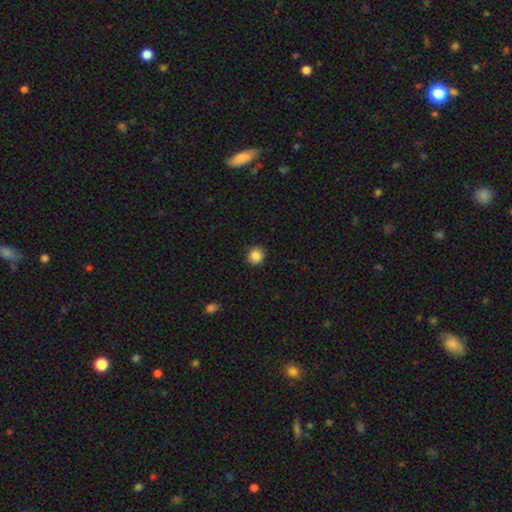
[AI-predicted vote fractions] Morphology: type=smooth (87%); roundness=round (91%); merging=none (91%).